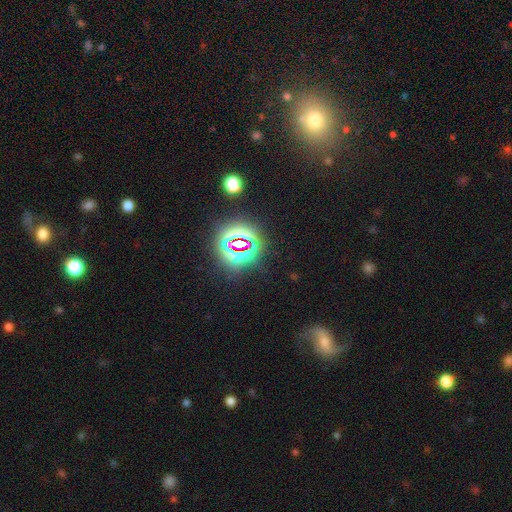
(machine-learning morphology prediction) Q: Smooth or featured?
A: star or artifact (66%); runner-up: smooth (21%)